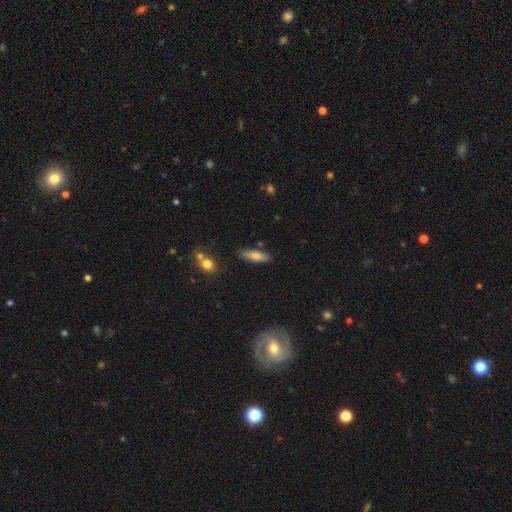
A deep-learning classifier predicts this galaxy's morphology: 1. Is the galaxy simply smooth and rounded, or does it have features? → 75% smooth, 18% featured or disk, 7% star or artifact.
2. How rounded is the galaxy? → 49% in between, 48% cigar-shaped, 2% round.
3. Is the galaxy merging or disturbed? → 82% none, 12% minor disturbance, 4% merger, 2% major disturbance.